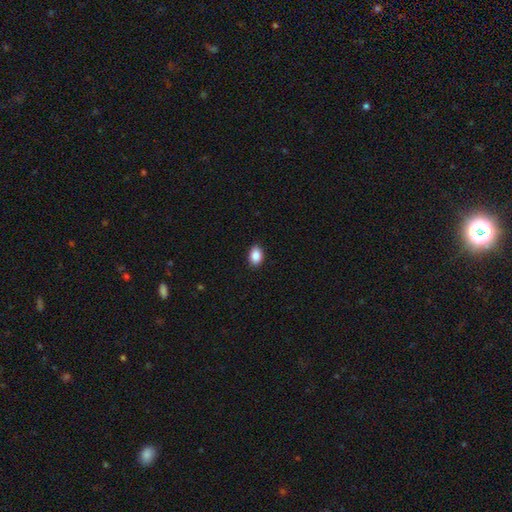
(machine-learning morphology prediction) A smooth galaxy with no disk features (88%) that is in between round and cigar-shaped (81%). Merging: none (90%).